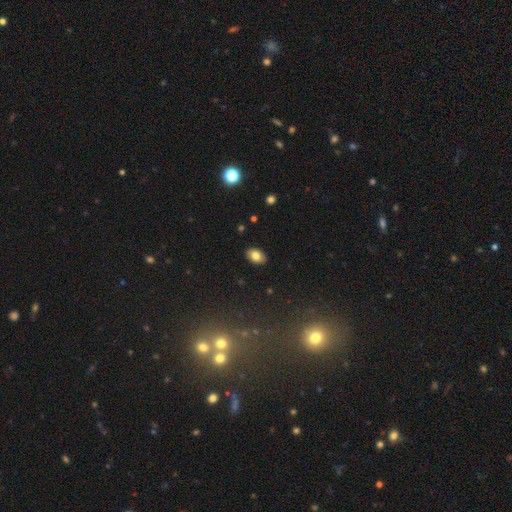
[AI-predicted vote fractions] The model was most divided on "smooth or featured": smooth: 80%, featured or disk: 11%, star or artifact: 9%. More confident: merging — none (89%); how rounded — in between (86%).